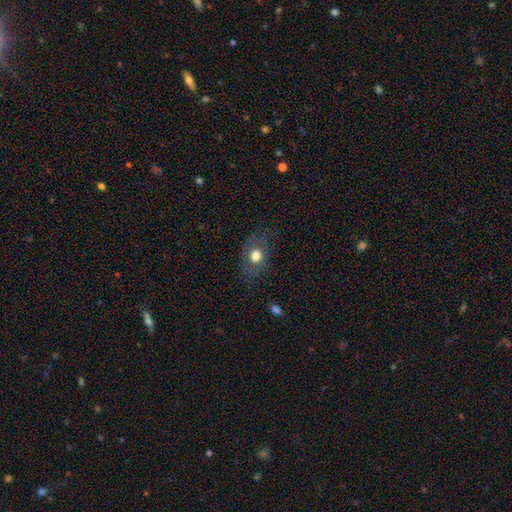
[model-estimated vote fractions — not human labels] smooth-or-featured: smooth: 69% | featured or disk: 20% | star or artifact: 11%
  how-rounded: in between: 59% | round: 39% | cigar-shaped: 2%
  merging: none: 73% | minor disturbance: 17% | major disturbance: 8% | merger: 1%